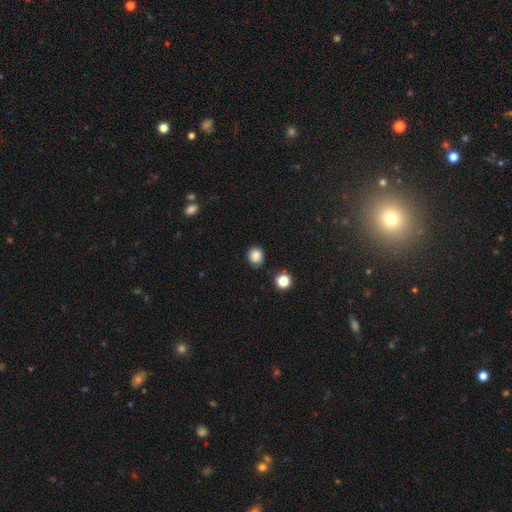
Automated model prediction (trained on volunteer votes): This appears to be a smooth galaxy with no disk features (85%) that is round (74%). Merging: none (80%).